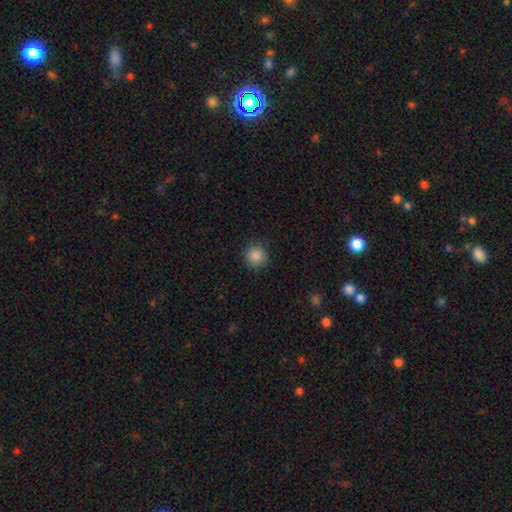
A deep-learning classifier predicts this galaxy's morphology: smooth 87%, star or artifact 9%, featured or disk 3%. Down the decision tree: how rounded — round (93%); merging — none (89%).